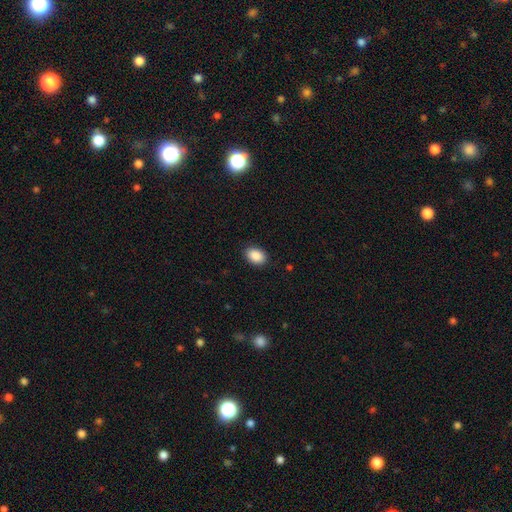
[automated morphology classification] smooth 90%, star or artifact 7%, featured or disk 3%. Down the decision tree: how rounded — in between (83%); merging — none (89%).